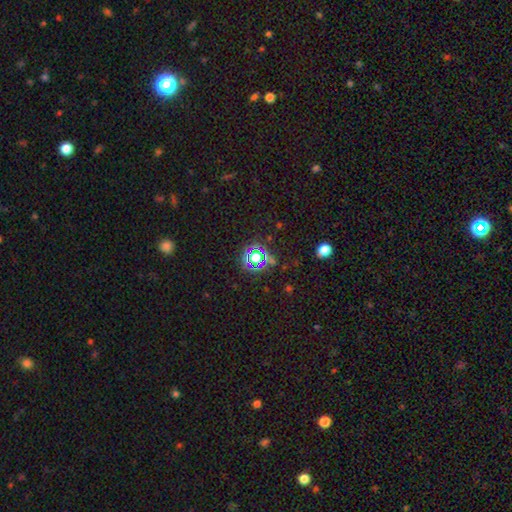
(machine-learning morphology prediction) smooth-or-featured: star or artifact: 66% | smooth: 24% | featured or disk: 10%